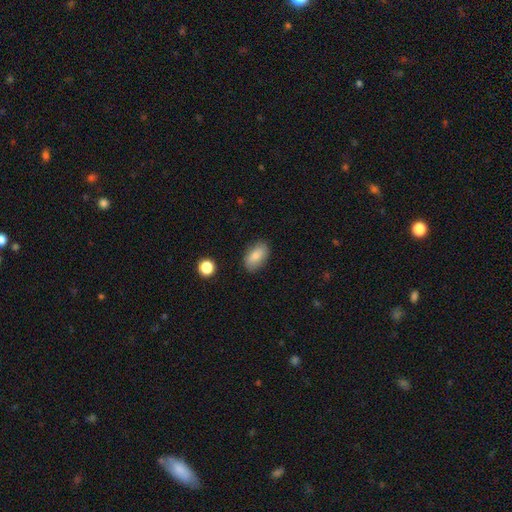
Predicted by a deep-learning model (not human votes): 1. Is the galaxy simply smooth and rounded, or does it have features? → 81% smooth, 12% featured or disk, 8% star or artifact.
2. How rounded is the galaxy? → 91% in between, 6% round, 3% cigar-shaped.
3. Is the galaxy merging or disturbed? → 85% none, 11% minor disturbance, 3% major disturbance, 1% merger.